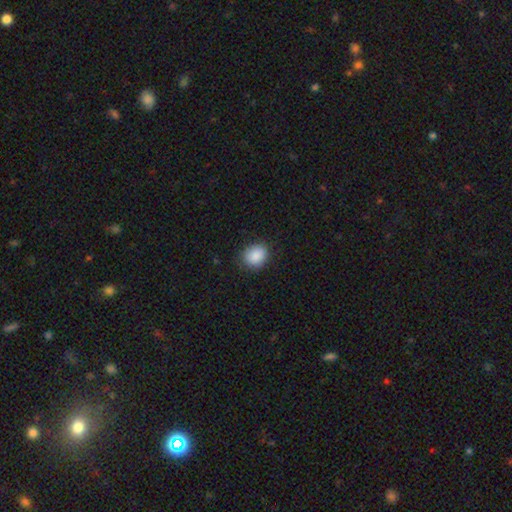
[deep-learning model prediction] This appears to be a smooth galaxy with no disk features (88%) that is round (56%). Merging: none (84%).